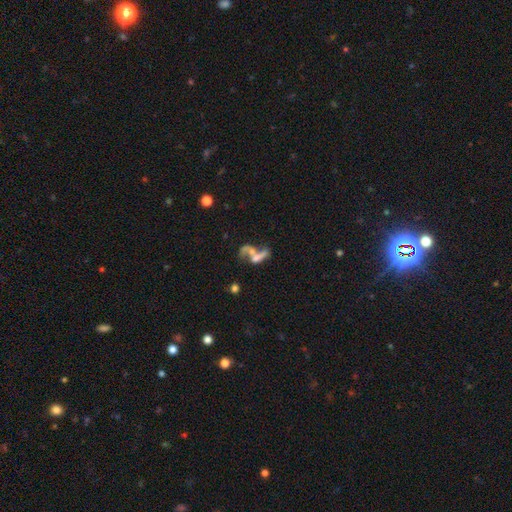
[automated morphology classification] smooth_or_featured: featured or disk (p=0.53) [alt: smooth p=0.33]
disk_edge_on: no (p=0.92) [alt: yes p=0.08]
merging: merger (p=0.56) [alt: none p=0.19]